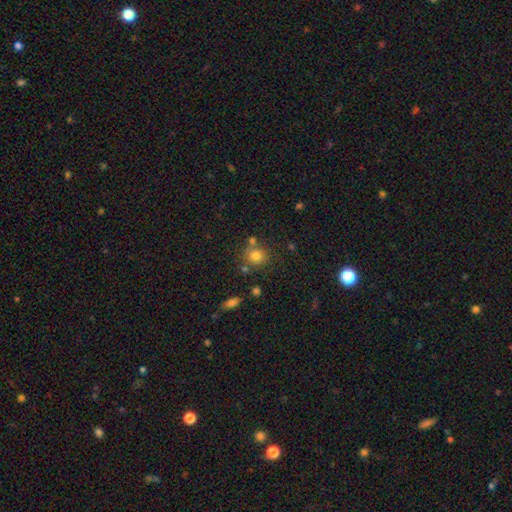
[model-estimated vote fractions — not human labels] Smooth or featured? smooth (78%)
How rounded? round (83%)
Merging? none (69%)